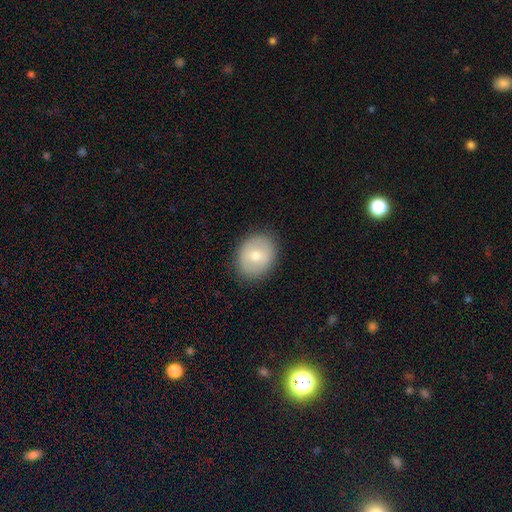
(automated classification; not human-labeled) Overall: smooth (71%). How rounded: in between (51%; round 48%). Merging: none (86%).